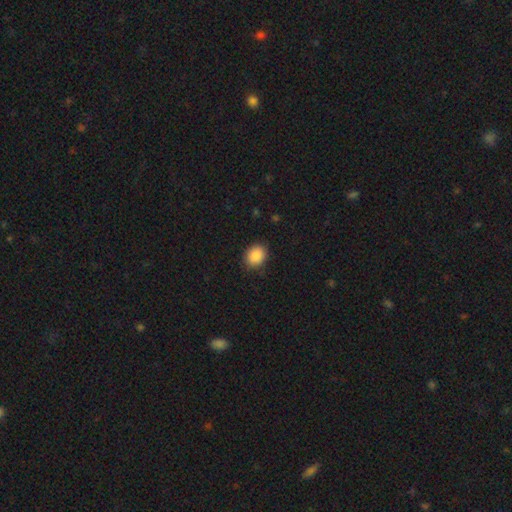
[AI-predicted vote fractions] smooth 89%, star or artifact 8%, featured or disk 3%. Down the decision tree: how rounded — round (50%); merging — none (86%).